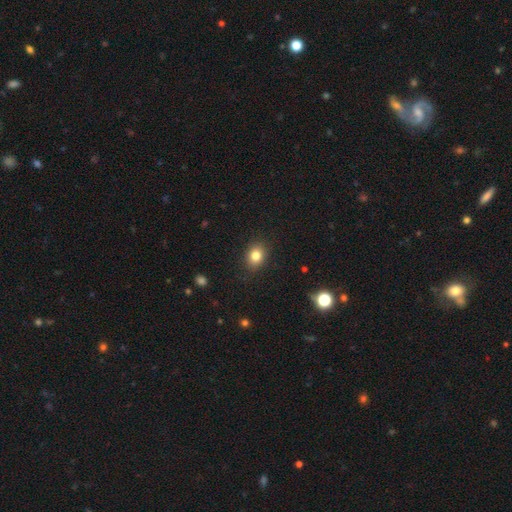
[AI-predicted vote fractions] Overall: smooth (81%). How rounded: in between (54%; round 45%). Merging: none (87%).